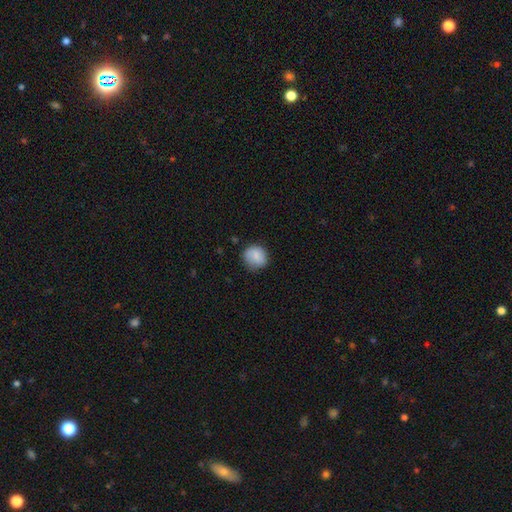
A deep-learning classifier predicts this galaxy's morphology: Smooth or featured?
  - smooth: 83% *
  - featured or disk: 10%
  - star or artifact: 8%
How rounded?
  - round: 83% *
  - in between: 16%
  - cigar-shaped: 1%
Merging?
  - none: 76% *
  - minor disturbance: 18%
  - major disturbance: 4%
  - merger: 1%